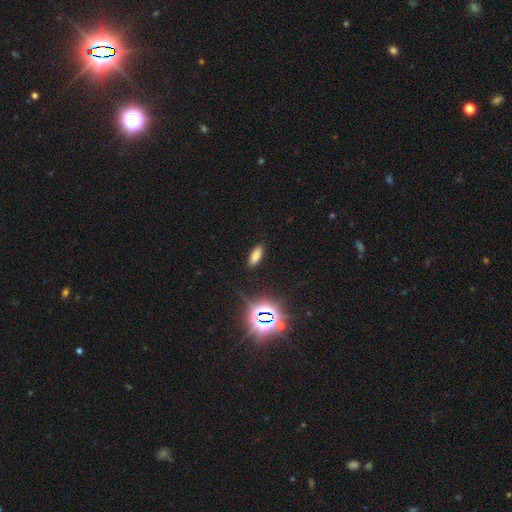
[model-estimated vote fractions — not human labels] The model was most divided on "smooth or featured": smooth: 73%, star or artifact: 20%, featured or disk: 7%. More confident: merging — none (88%); how rounded — in between (76%).